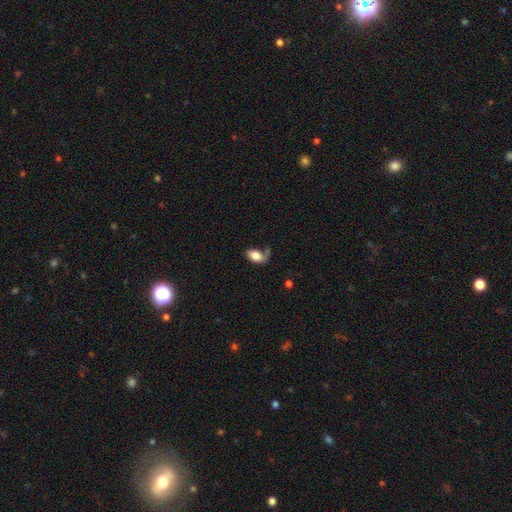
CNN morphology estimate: Smooth or featured: smooth — 77% (featured or disk — 15%)
How rounded: in between — 90% (round — 8%)
Merging: none — 43% (minor disturbance — 25%)